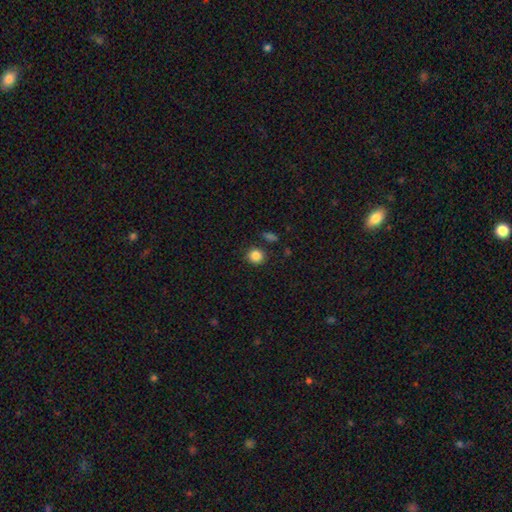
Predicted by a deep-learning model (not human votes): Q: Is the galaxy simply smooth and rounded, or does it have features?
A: smooth — 86%.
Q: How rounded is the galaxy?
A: round — 88%.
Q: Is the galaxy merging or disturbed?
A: none — 87%.